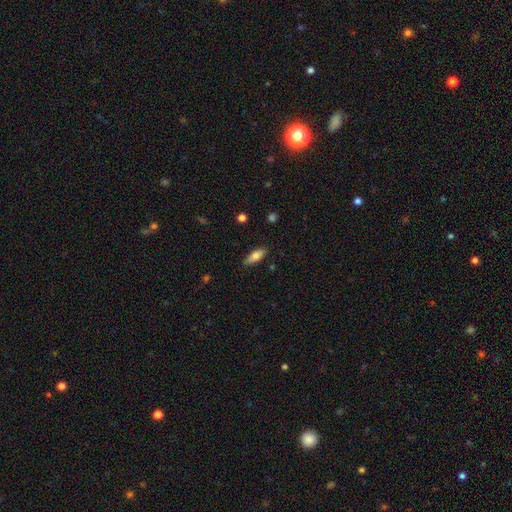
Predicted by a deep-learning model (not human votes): smooth 74%, featured or disk 19%, star or artifact 7%. Down the decision tree: how rounded — in between (64%); merging — none (84%).